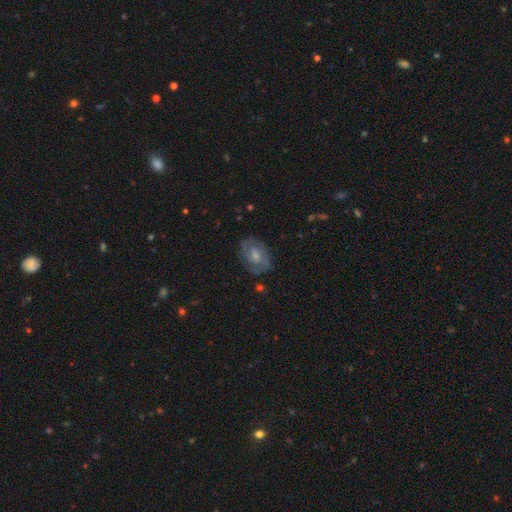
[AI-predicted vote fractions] A featured or disk galaxy (72%) with no bar (57%), 2 (69%) tight (47%) spiral arms (89%) and a small central bulge (52%).

Vote fractions:
- Smooth or featured? featured or disk: 72% / smooth: 21% / star or artifact: 7%
- Edge-on disk? no: 97% / yes: 3%
- Bar? no: 57% / weak: 37% / strong: 6%
- Spiral arms? yes: 89% / no: 11%
- Spiral winding? tight: 47% / medium: 41% / loose: 12%
- Spiral arm count? 2: 69% / can't tell: 17% / 3: 7% / 1: 3% / 4: 2% / more than 4: 2%
- Bulge size? small: 52% / moderate: 38% / none: 5% / large: 3% / dominant: 1%
- Merging? none: 76% / minor disturbance: 16% / major disturbance: 6% / merger: 1%